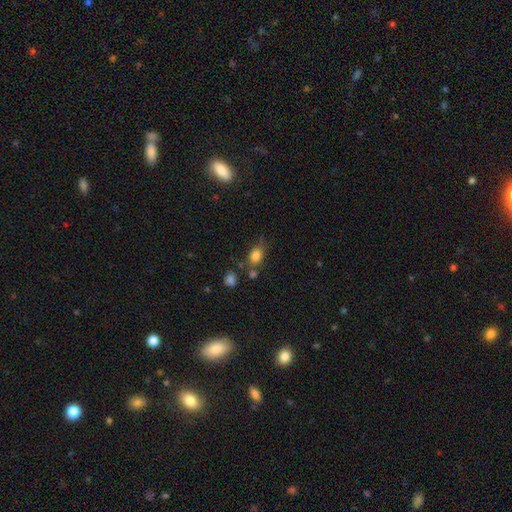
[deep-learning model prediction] A smooth galaxy with no disk features (81%) that is in between round and cigar-shaped (69%). Merging: none (63%).